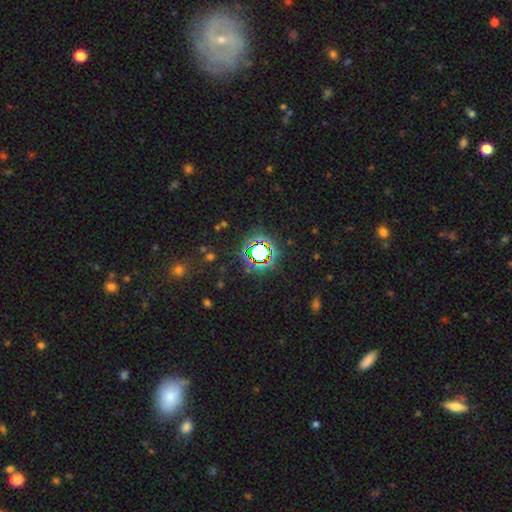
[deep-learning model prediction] Overall: star or artifact (70%).